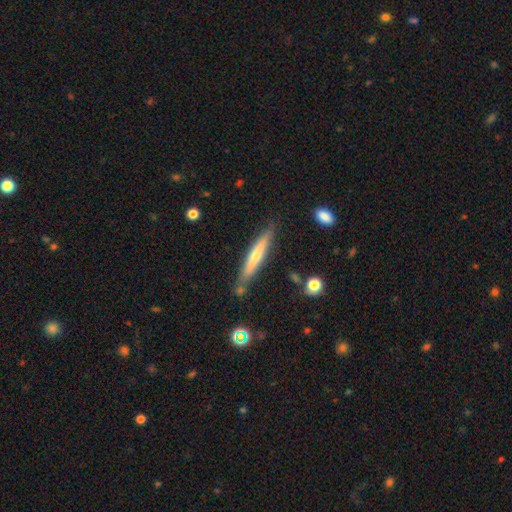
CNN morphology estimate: Smooth or featured?
  - featured or disk: 56% *
  - smooth: 37%
  - star or artifact: 7%
Edge-on disk?
  - yes: 95% *
  - no: 5%
Edge-on bulge?
  - rounded: 63% *
  - none: 30%
  - boxy: 7%
Merging?
  - none: 86% *
  - minor disturbance: 10%
  - merger: 3%
  - major disturbance: 2%